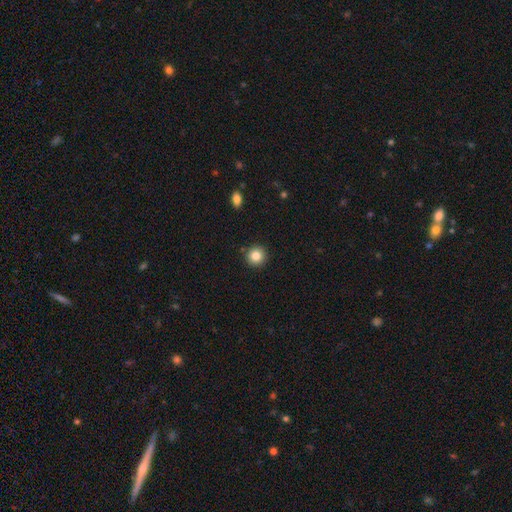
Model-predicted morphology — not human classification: smooth 84%, star or artifact 11%, featured or disk 5%. Down the decision tree: how rounded — round (94%); merging — none (91%).